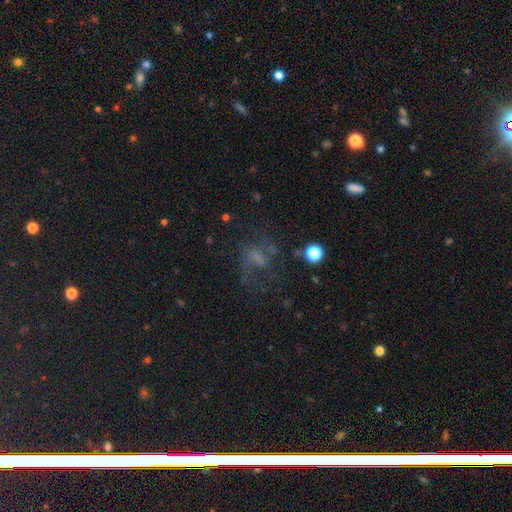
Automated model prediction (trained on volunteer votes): smooth_or_featured: featured or disk (p=0.38) [alt: smooth p=0.37]
merging: none (p=0.44) [alt: major disturbance p=0.33]